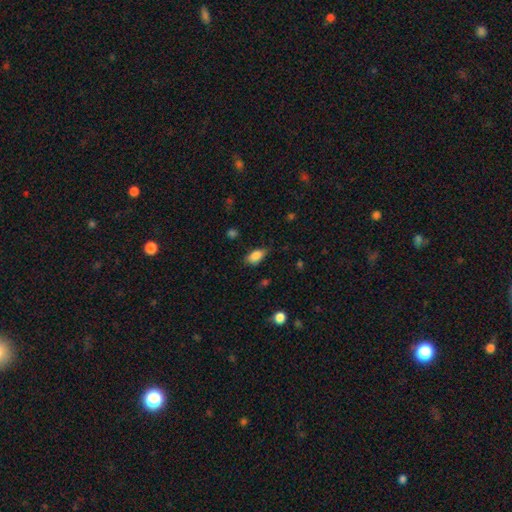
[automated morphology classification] Smooth or featured? Predicted: smooth (p=0.85). How rounded? Predicted: in between (p=0.89). Merging? Predicted: none (p=0.70).